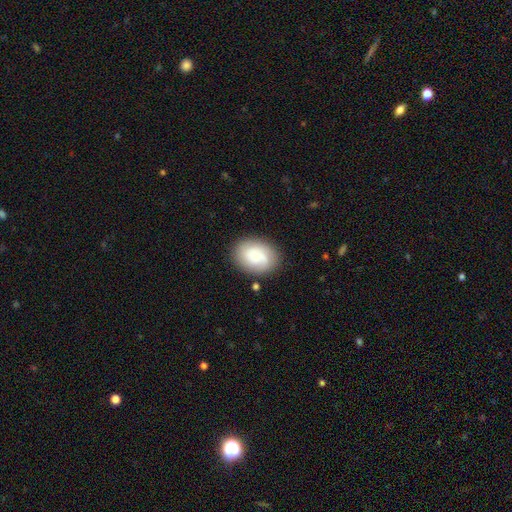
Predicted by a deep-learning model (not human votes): smooth_or_featured: smooth (p=0.60) [alt: featured or disk p=0.31]
how_rounded: in between (p=0.64) [alt: round p=0.35]
merging: none (p=0.78) [alt: minor disturbance p=0.15]